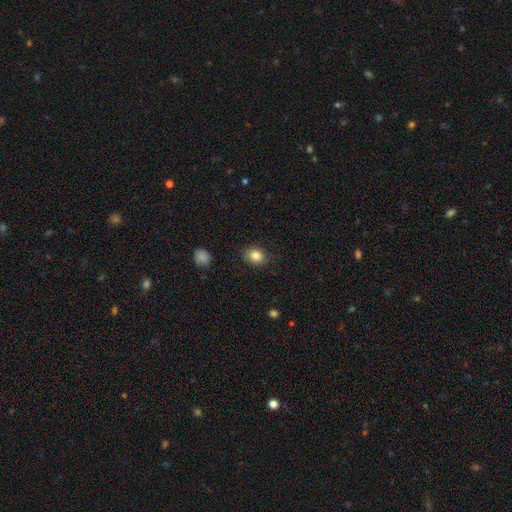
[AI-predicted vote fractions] Smooth or featured? smooth (84%)
How rounded? round (53%)
Merging? none (85%)